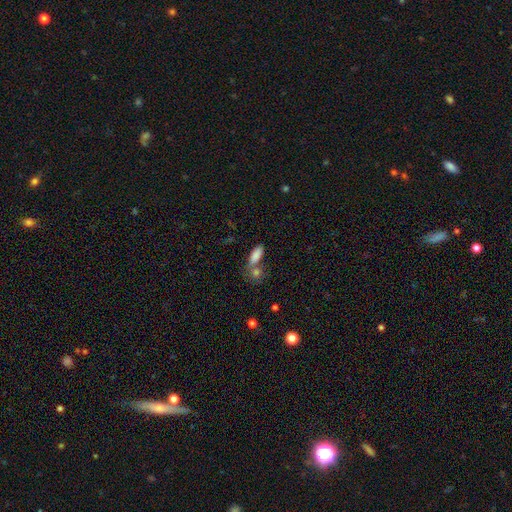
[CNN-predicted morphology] Smooth or featured? Predicted: smooth (p=0.82). How rounded? Predicted: in between (p=0.72). Merging? Predicted: none (p=0.50).